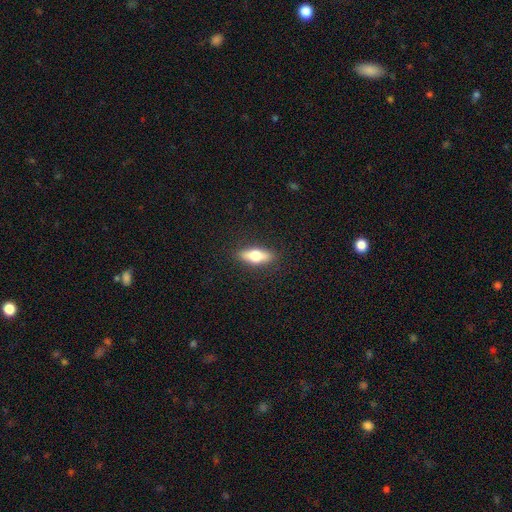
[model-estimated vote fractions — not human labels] Q: Smooth or featured?
A: smooth (61%); runner-up: featured or disk (32%)
Q: How rounded?
A: in between (57%); runner-up: cigar-shaped (39%)
Q: Merging?
A: none (88%); runner-up: minor disturbance (8%)